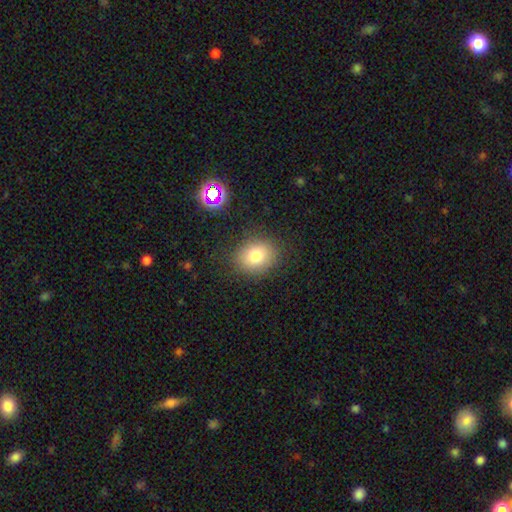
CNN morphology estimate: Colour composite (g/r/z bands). It shows a smooth galaxy with no disk features (77%) that is round (52%). Merging: none (83%).